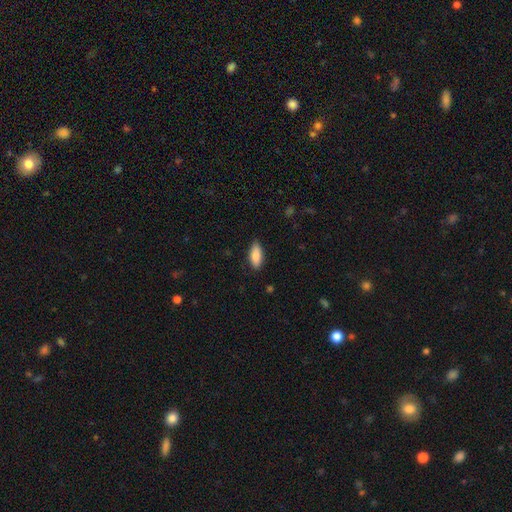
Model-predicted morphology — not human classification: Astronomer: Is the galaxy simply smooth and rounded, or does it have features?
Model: smooth — 85%.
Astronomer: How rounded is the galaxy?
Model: in between — 82%.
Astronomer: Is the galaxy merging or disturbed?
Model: none — 85%.